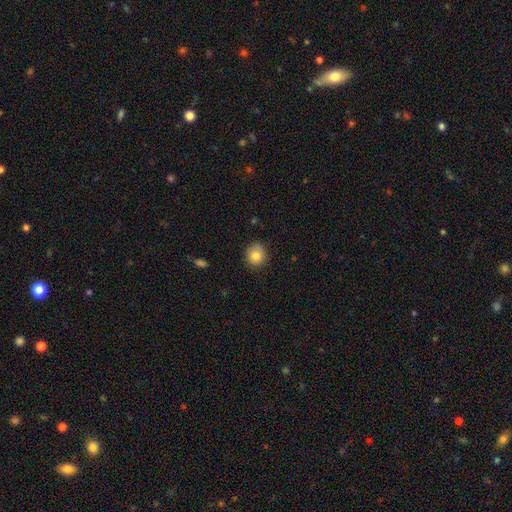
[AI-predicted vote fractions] A smooth galaxy with no disk features (82%) that is round (84%).

Vote fractions:
- Smooth or featured? smooth: 82% / star or artifact: 10% / featured or disk: 8%
- How rounded? round: 84% / in between: 15% / cigar-shaped: 1%
- Merging? none: 85% / minor disturbance: 11% / major disturbance: 2% / merger: 1%